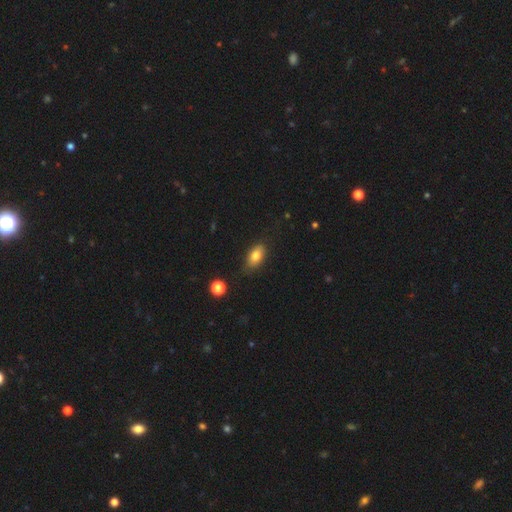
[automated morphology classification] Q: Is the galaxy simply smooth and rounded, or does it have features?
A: smooth — 79%.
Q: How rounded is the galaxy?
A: in between — 87%.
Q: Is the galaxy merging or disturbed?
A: none — 77%.